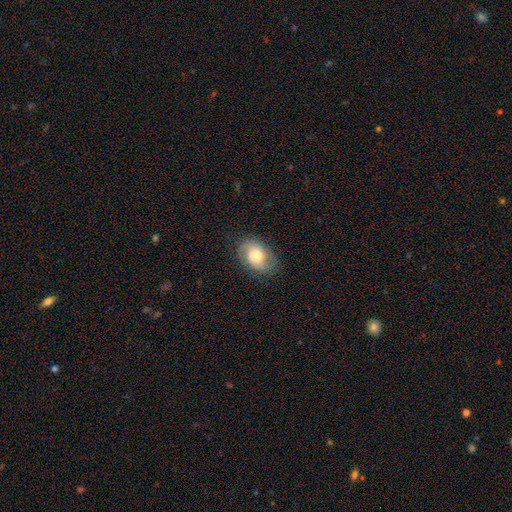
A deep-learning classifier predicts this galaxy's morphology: The model was most divided on "smooth or featured": smooth: 54%, featured or disk: 38%, star or artifact: 8%. More confident: how rounded — in between (81%); merging — none (74%).